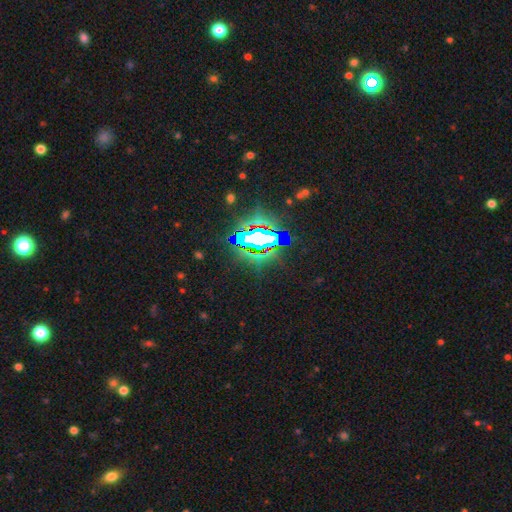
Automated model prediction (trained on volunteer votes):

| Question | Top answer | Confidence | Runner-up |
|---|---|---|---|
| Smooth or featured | star or artifact | 79% | smooth (12%) |